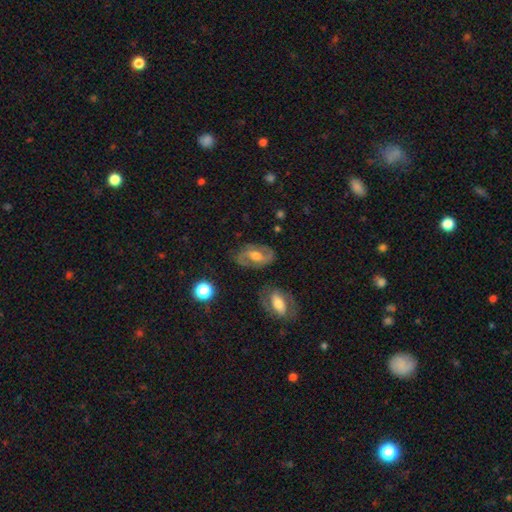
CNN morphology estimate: Q: Smooth or featured?
A: featured or disk (72%); runner-up: smooth (19%)
Q: Edge-on disk?
A: no (94%); runner-up: yes (6%)
Q: Bar?
A: weak (43%); runner-up: no (32%)
Q: Spiral arms?
A: yes (86%); runner-up: no (14%)
Q: Spiral winding?
A: medium (50%); runner-up: loose (25%)
Q: Spiral arm count?
A: 2 (88%); runner-up: can't tell (7%)
Q: Bulge size?
A: moderate (68%); runner-up: small (19%)
Q: Merging?
A: none (78%); runner-up: minor disturbance (14%)